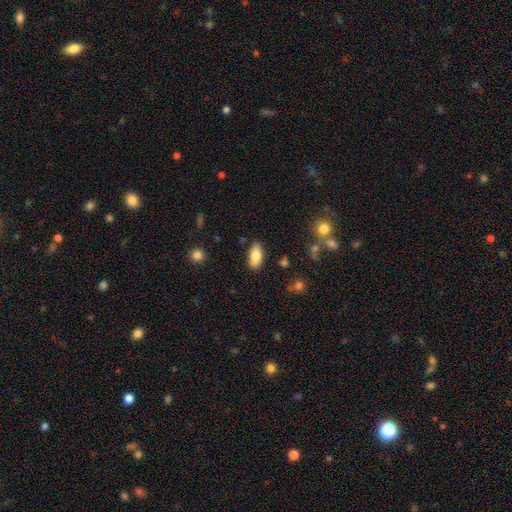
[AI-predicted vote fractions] smooth_or_featured: smooth (p=0.79) [alt: featured or disk p=0.14]
how_rounded: in between (p=0.88) [alt: cigar-shaped p=0.09]
merging: none (p=0.86) [alt: minor disturbance p=0.10]